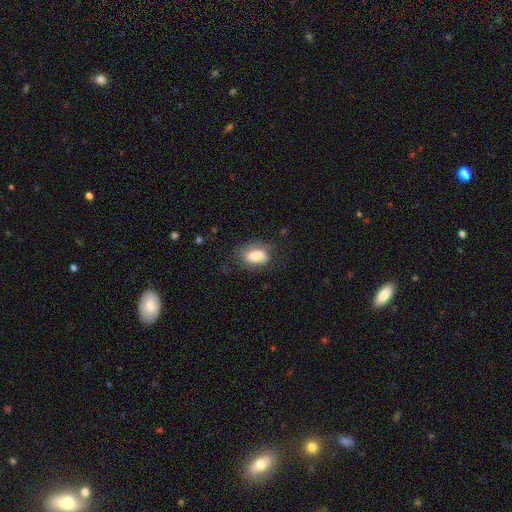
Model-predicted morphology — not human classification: smooth-or-featured: smooth: 74% | featured or disk: 19% | star or artifact: 8%
  how-rounded: in between: 89% | round: 9% | cigar-shaped: 2%
  merging: none: 53% | minor disturbance: 27% | major disturbance: 18% | merger: 2%